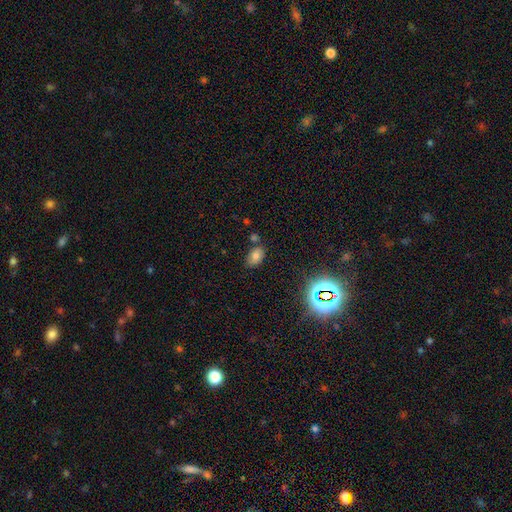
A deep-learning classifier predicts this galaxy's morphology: This is likely a smooth galaxy (73%). How rounded: clearly in between (85%). Merging: likely none (70%).